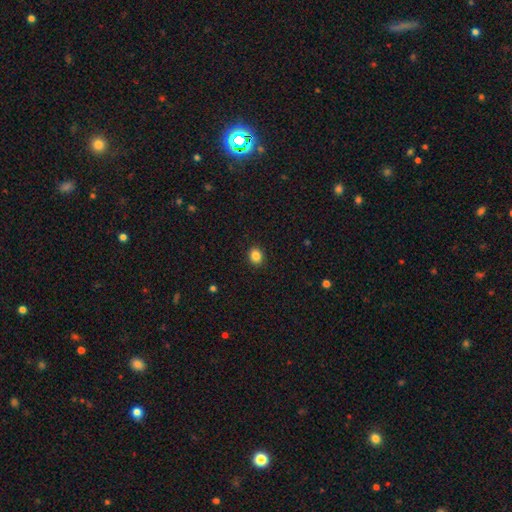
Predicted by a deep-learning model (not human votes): This appears to be a smooth galaxy with no disk features (86%) that is round (65%). Merging: none (92%).